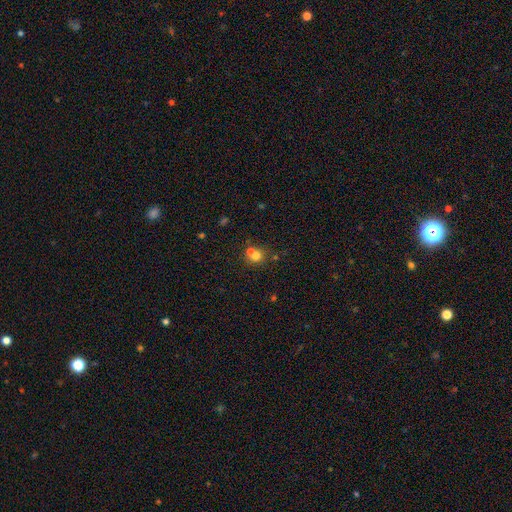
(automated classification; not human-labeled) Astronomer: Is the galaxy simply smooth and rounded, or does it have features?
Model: smooth — 68%.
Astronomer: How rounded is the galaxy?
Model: round — 81%.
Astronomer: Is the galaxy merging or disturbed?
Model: merger — 55% (runner-up: none, 36%).